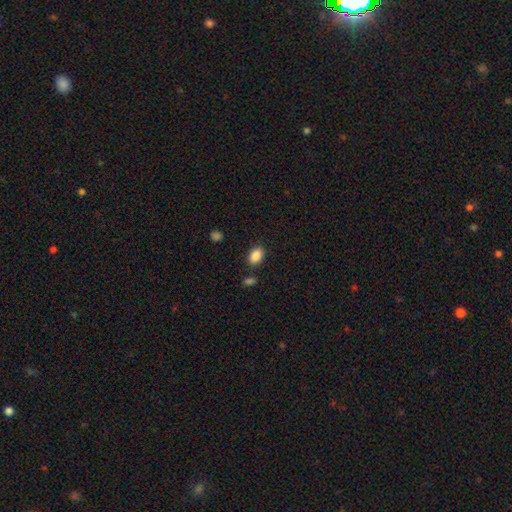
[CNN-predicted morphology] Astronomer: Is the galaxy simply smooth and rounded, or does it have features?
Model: smooth — 88%.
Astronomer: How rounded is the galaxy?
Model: in between — 84%.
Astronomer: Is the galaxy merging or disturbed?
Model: none — 83%.